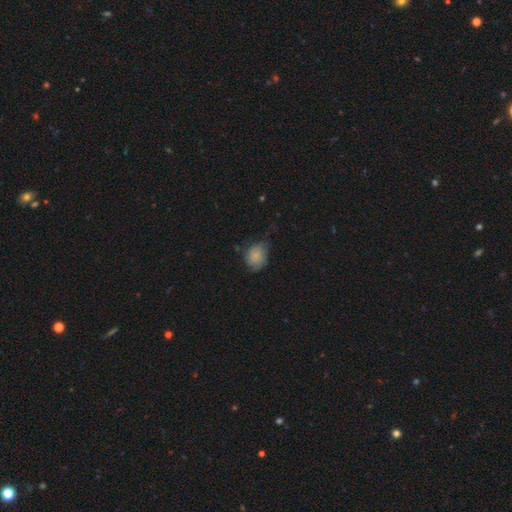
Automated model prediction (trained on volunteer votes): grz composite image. It shows a smooth galaxy with no disk features (75%) that is in between round and cigar-shaped (52%). Merging: none (50%).